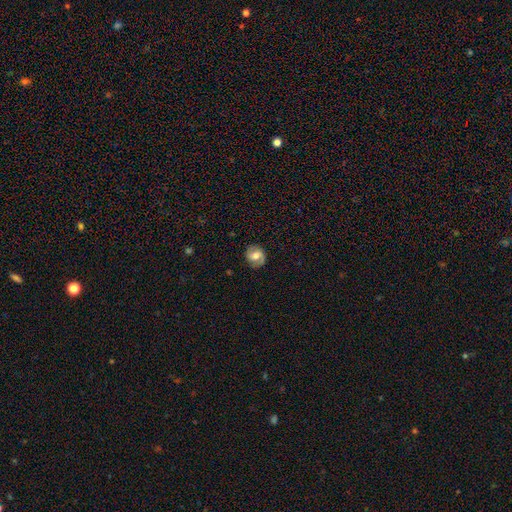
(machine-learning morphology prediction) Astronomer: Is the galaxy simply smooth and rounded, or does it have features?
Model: featured or disk — 59%.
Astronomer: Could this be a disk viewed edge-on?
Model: no — 97%.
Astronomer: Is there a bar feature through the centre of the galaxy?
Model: weak — 44% (runner-up: no, 41%).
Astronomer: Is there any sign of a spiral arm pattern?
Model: yes — 87%.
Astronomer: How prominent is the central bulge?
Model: moderate — 67%.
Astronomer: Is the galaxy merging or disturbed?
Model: none — 84%.